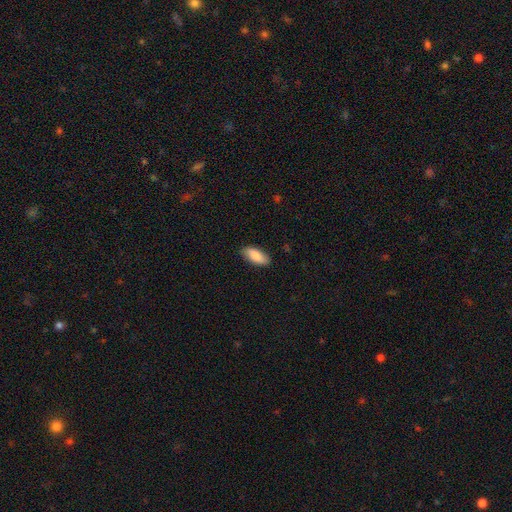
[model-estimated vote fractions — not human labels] Smooth or featured?
  - smooth: 83% *
  - featured or disk: 11%
  - star or artifact: 6%
How rounded?
  - in between: 87% *
  - cigar-shaped: 11%
  - round: 2%
Merging?
  - none: 86% *
  - minor disturbance: 11%
  - major disturbance: 2%
  - merger: 1%